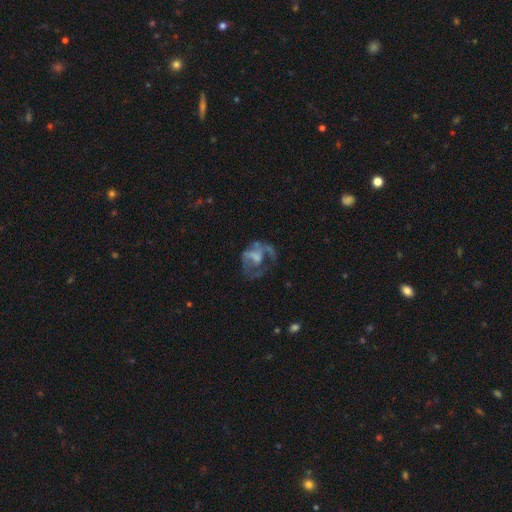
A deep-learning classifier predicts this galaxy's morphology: This appears to be a featured or disk galaxy (59%) with no bar (69%), no spiral arms (63%) and no central bulge (41%). Merging: major disturbance (45%).